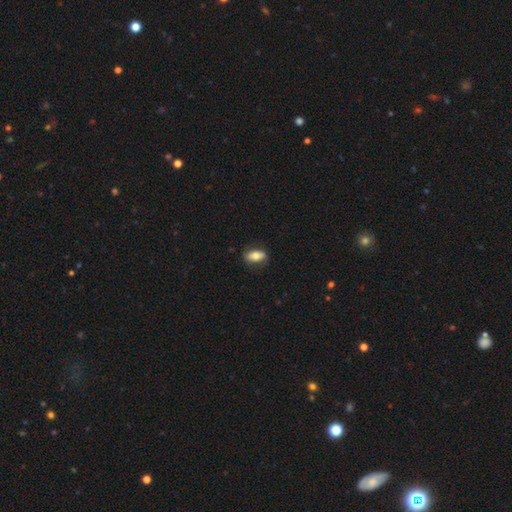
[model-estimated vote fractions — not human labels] This appears to be a smooth galaxy with no disk features (71%) that is in between round and cigar-shaped (88%). Merging: none (78%).